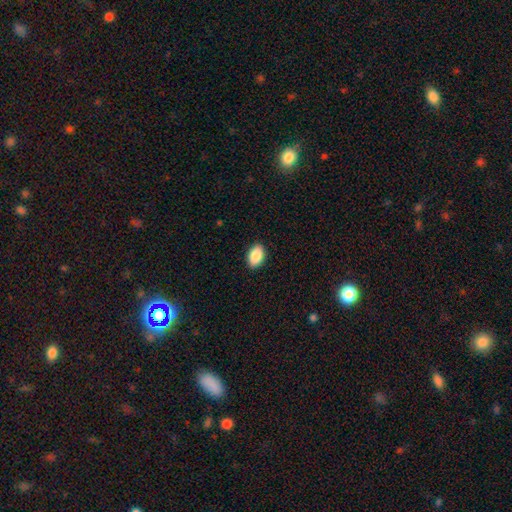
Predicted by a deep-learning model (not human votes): A smooth galaxy with no disk features (89%) that is in between round and cigar-shaped (91%). Merging: none (89%).